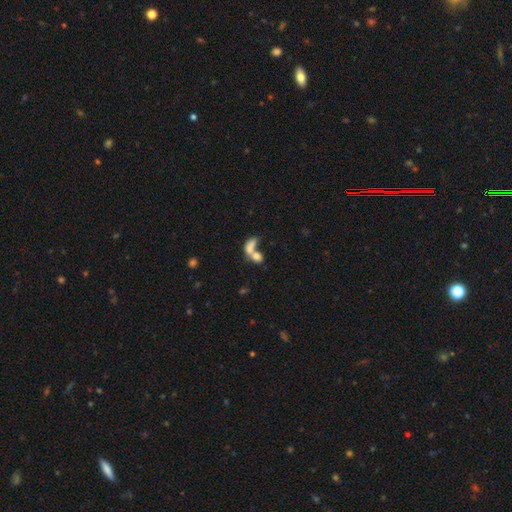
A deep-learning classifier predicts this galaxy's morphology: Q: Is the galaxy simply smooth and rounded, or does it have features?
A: smooth — 73%.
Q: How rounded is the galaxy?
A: in between — 69%.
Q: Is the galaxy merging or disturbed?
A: merger — 67%.